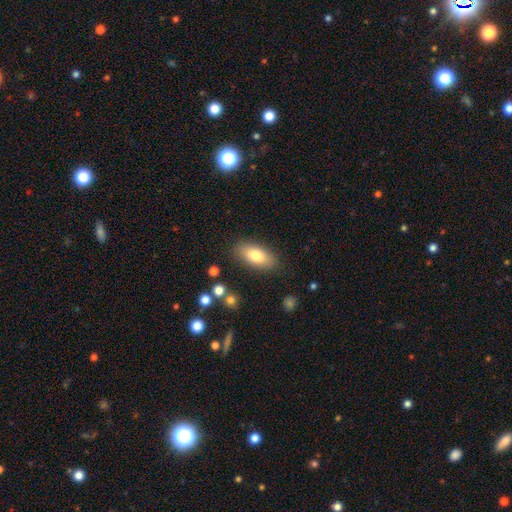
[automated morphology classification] Smooth or featured?
  - smooth: 78% *
  - featured or disk: 15%
  - star or artifact: 7%
How rounded?
  - in between: 87% *
  - cigar-shaped: 10%
  - round: 3%
Merging?
  - none: 84% *
  - minor disturbance: 11%
  - major disturbance: 3%
  - merger: 2%